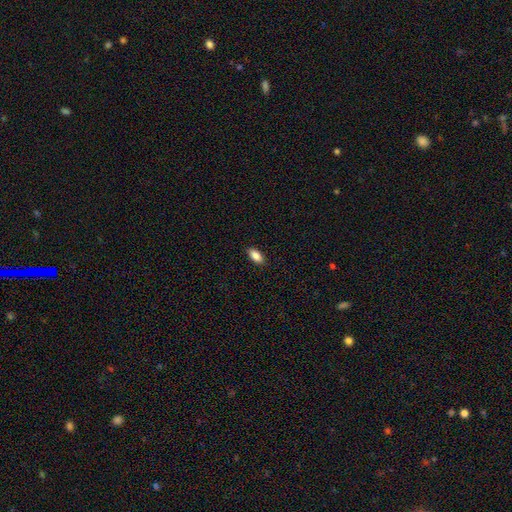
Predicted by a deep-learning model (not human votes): Smooth or featured? smooth (87%)
How rounded? in between (90%)
Merging? none (89%)